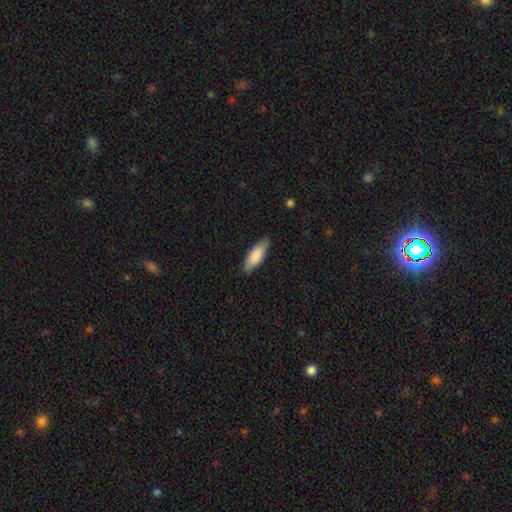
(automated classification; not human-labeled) smooth 86%, featured or disk 9%, star or artifact 5%. Down the decision tree: how rounded — in between (68%); merging — none (83%).